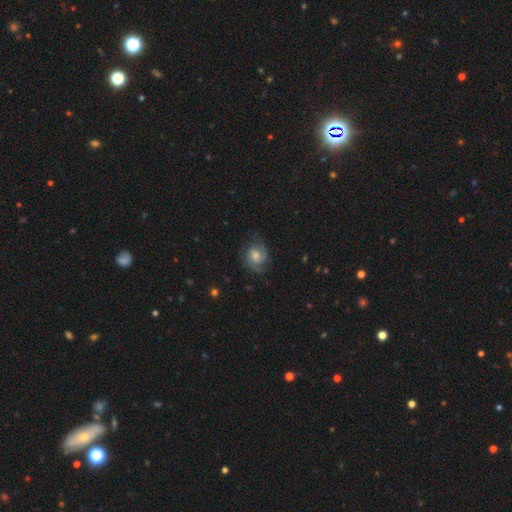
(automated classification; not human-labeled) Smooth or featured?
  - featured or disk: 80% *
  - smooth: 13%
  - star or artifact: 6%
Edge-on disk?
  - no: 98% *
  - yes: 2%
Bar?
  - no: 62% *
  - weak: 33%
  - strong: 5%
Spiral arms?
  - yes: 97% *
  - no: 3%
Spiral winding?
  - tight: 45% *
  - medium: 43%
  - loose: 12%
Spiral arm count?
  - 2: 71% *
  - 3: 12%
  - can't tell: 9%
  - 1: 3%
  - 4: 3%
  - more than 4: 2%
Bulge size?
  - moderate: 58% *
  - small: 23%
  - large: 13%
  - none: 5%
  - dominant: 2%
Merging?
  - none: 74% *
  - minor disturbance: 17%
  - major disturbance: 8%
  - merger: 1%